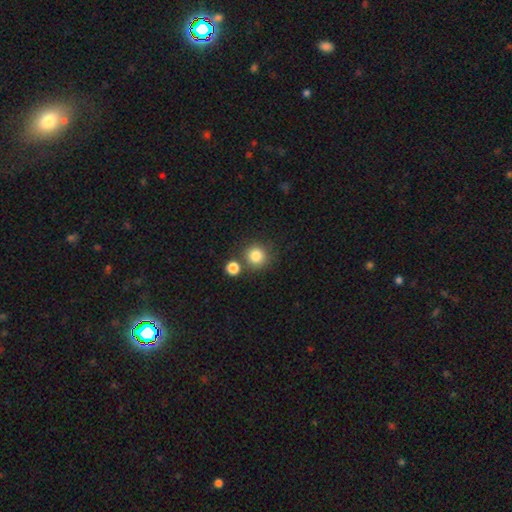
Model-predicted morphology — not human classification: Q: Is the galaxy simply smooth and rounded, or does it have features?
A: smooth — 82%.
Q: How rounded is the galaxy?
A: round — 93%.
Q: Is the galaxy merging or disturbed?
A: none — 74%.